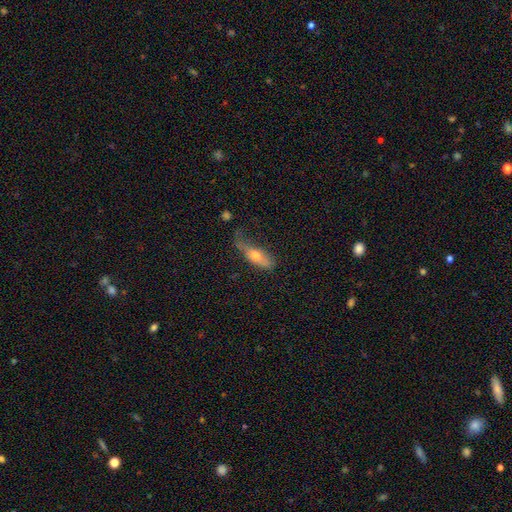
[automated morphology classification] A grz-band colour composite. It shows a smooth galaxy with no disk features (59%) that is in between round and cigar-shaped (61%). Merging: minor disturbance (34%).